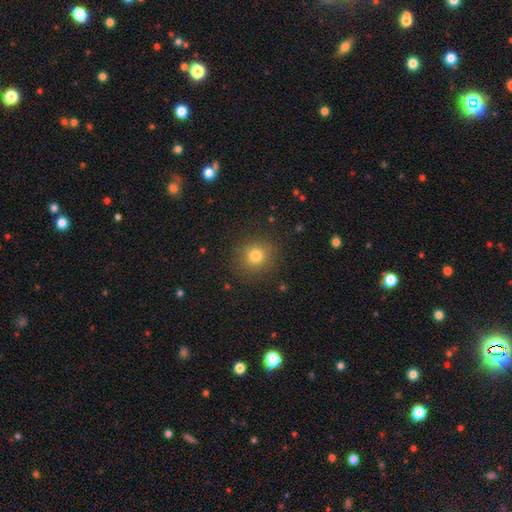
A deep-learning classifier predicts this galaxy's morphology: type=smooth (79%); roundness=round (90%); merging=none (88%).